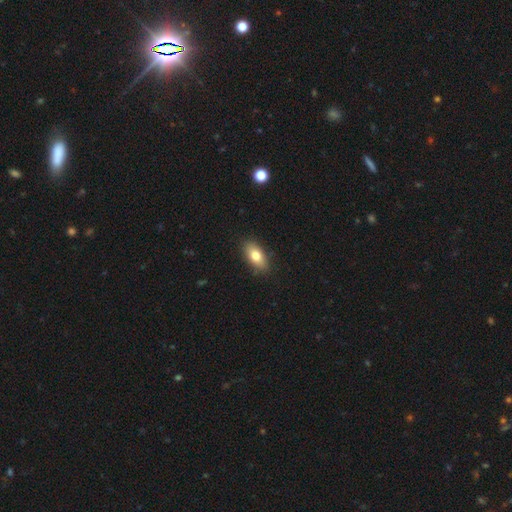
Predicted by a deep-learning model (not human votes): Morphology: type=smooth (77%); roundness=in between (88%); merging=none (86%).